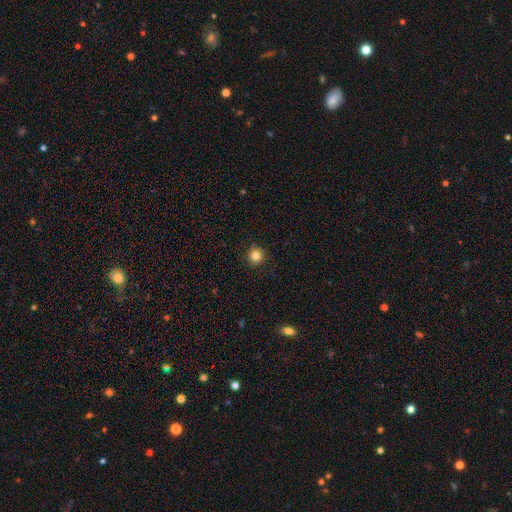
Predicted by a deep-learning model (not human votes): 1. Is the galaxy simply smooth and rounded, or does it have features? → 83% smooth, 11% star or artifact, 5% featured or disk.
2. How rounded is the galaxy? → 94% round, 5% in between, 1% cigar-shaped.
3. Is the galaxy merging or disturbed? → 89% none, 8% minor disturbance, 2% major disturbance, 1% merger.